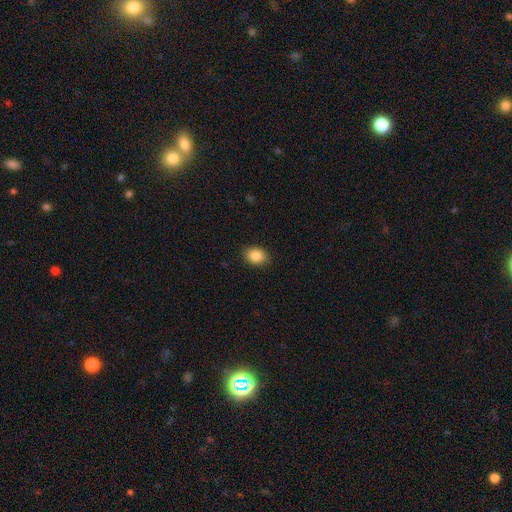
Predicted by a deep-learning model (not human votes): This appears to be a smooth galaxy with no disk features (87%) that is in between round and cigar-shaped (64%). Merging: none (89%).